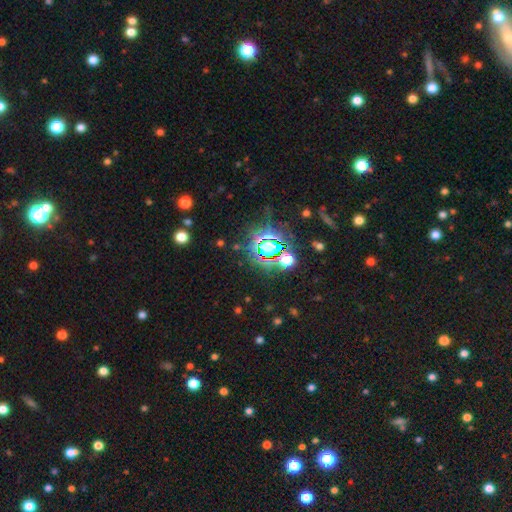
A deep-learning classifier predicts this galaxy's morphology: smooth-or-featured: star or artifact: 79% | smooth: 13% | featured or disk: 8%